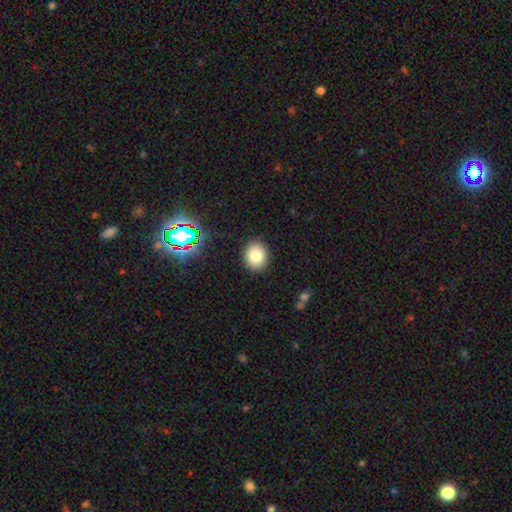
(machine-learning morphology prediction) Smooth or featured? Predicted: smooth (p=0.80). How rounded? Predicted: round (p=0.63). Merging? Predicted: none (p=0.89).